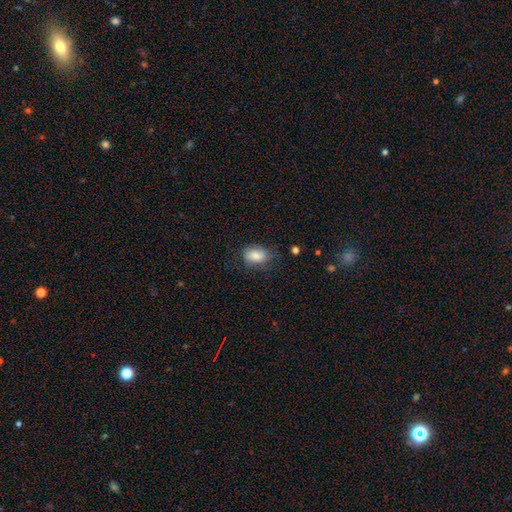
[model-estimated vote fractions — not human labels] smooth 77%, featured or disk 15%, star or artifact 8%. Down the decision tree: how rounded — in between (79%); merging — none (66%).